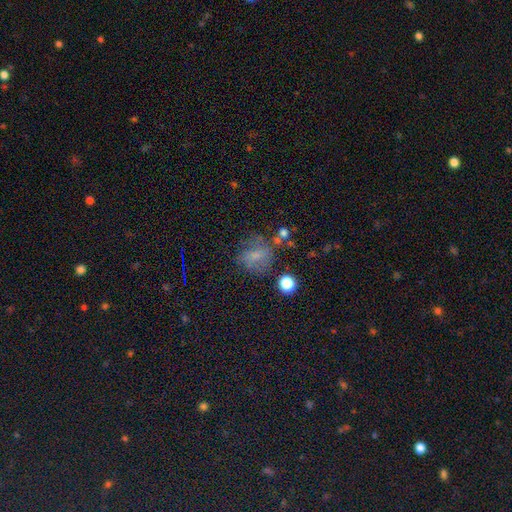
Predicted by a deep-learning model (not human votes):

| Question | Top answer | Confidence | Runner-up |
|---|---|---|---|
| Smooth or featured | smooth | 55% | featured or disk (26%) |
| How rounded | round | 63% | in between (35%) |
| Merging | none | 53% | minor disturbance (23%) |